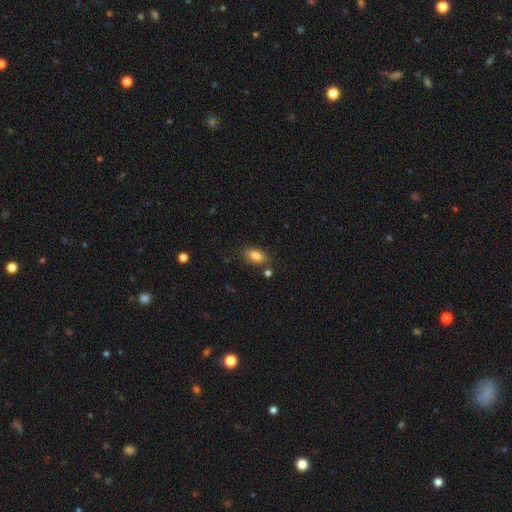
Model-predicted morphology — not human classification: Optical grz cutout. It shows a smooth galaxy with no disk features (82%) that is in between round and cigar-shaped (87%). Merging: none (77%).